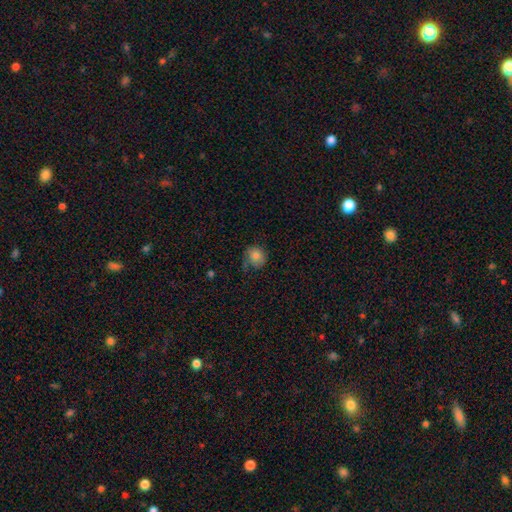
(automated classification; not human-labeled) Smooth or featured?
  - smooth: 79% *
  - featured or disk: 11%
  - star or artifact: 10%
How rounded?
  - round: 83% *
  - in between: 16%
  - cigar-shaped: 1%
Merging?
  - none: 67% *
  - minor disturbance: 23%
  - major disturbance: 7%
  - merger: 2%